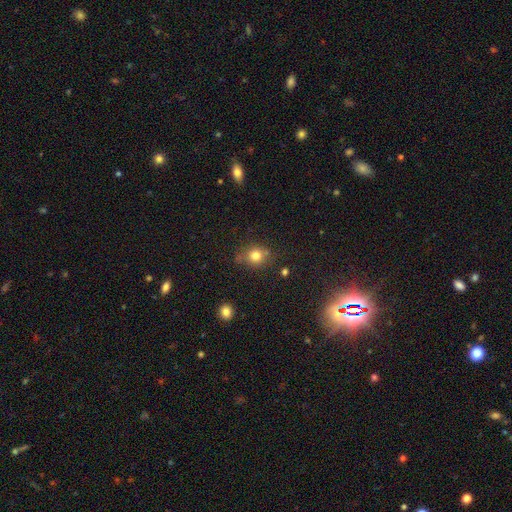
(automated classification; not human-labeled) smooth 79%, star or artifact 13%, featured or disk 8%. Down the decision tree: how rounded — round (79%); merging — none (73%).